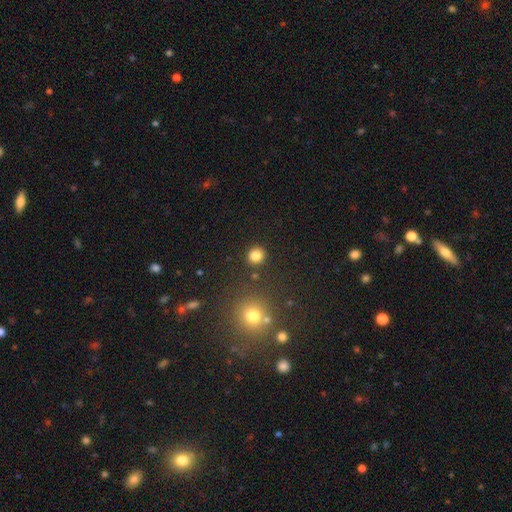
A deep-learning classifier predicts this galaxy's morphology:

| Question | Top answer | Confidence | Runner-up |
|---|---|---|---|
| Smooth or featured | smooth | 83% | star or artifact (13%) |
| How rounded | round | 89% | in between (10%) |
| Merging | none | 88% | minor disturbance (6%) |